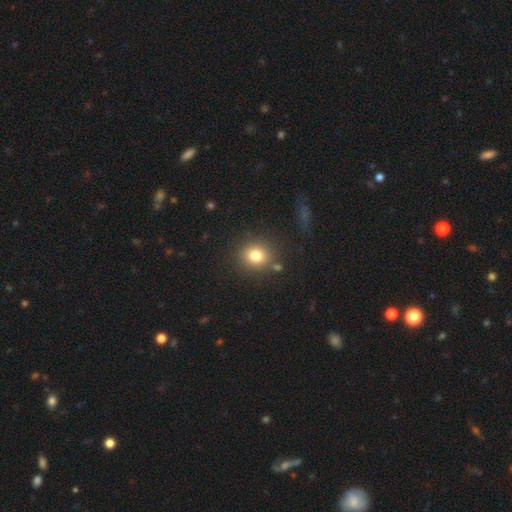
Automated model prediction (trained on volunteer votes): Q: Smooth or featured?
A: smooth (80%); runner-up: star or artifact (12%)
Q: How rounded?
A: round (83%); runner-up: in between (16%)
Q: Merging?
A: none (83%); runner-up: minor disturbance (9%)